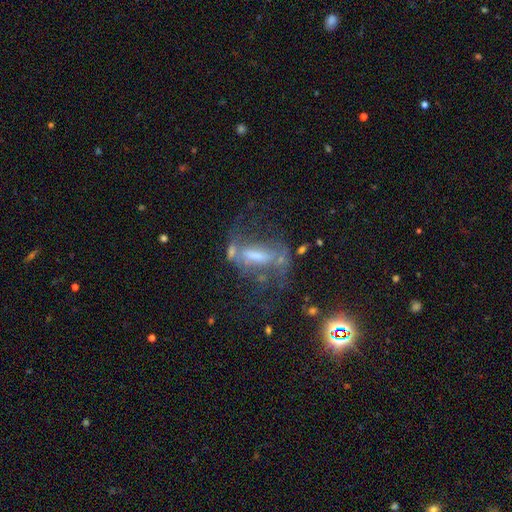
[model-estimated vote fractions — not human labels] Morphology: type=featured or disk (65%); edge-on=no (84%); bar=strong (47%); spiral arms=yes (63%); bulge=moderate (33%); merging=none (35%, tied with major disturbance).